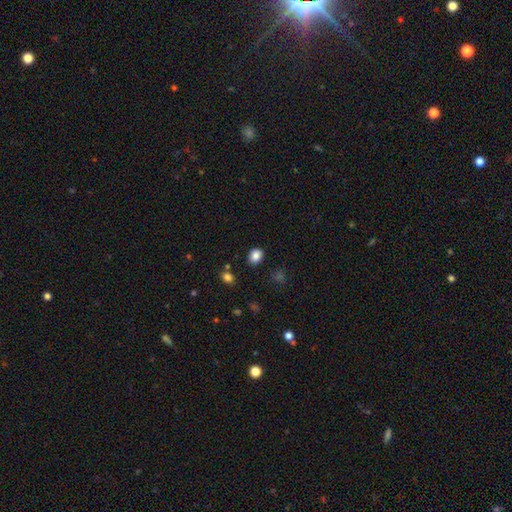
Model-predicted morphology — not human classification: Smooth or featured?
  - smooth: 85% *
  - star or artifact: 10%
  - featured or disk: 5%
How rounded?
  - in between: 54% *
  - round: 45%
  - cigar-shaped: 1%
Merging?
  - none: 84% *
  - minor disturbance: 10%
  - merger: 3%
  - major disturbance: 3%